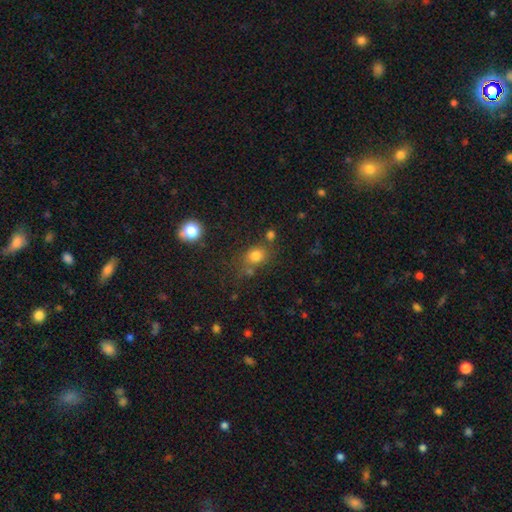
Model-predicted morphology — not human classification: This appears to be a smooth galaxy with no disk features (79%) that is round (60%). Merging: none (65%).